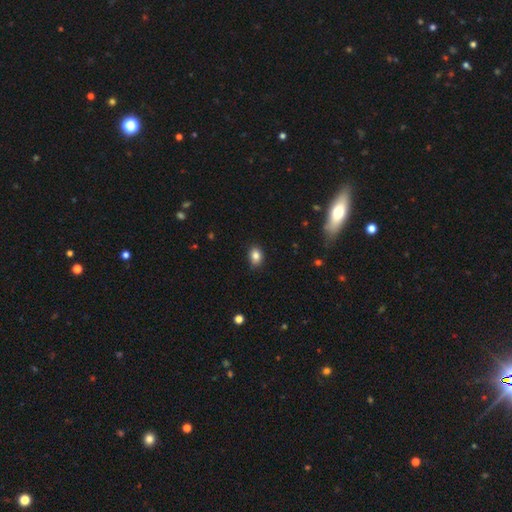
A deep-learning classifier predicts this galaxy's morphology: Smooth or featured?
  - smooth: 84% *
  - star or artifact: 10%
  - featured or disk: 6%
How rounded?
  - in between: 66% *
  - round: 33%
  - cigar-shaped: 1%
Merging?
  - none: 82% *
  - minor disturbance: 14%
  - major disturbance: 2%
  - merger: 1%